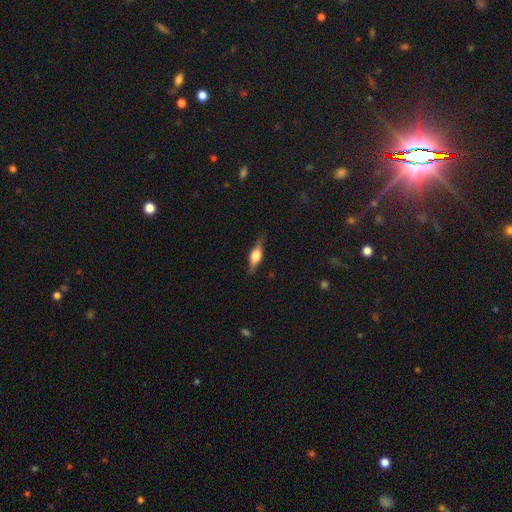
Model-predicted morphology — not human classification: Smooth or featured? featured or disk (57%)
Edge-on disk? yes (95%)
Edge-on bulge? rounded (89%)
Merging? none (82%)